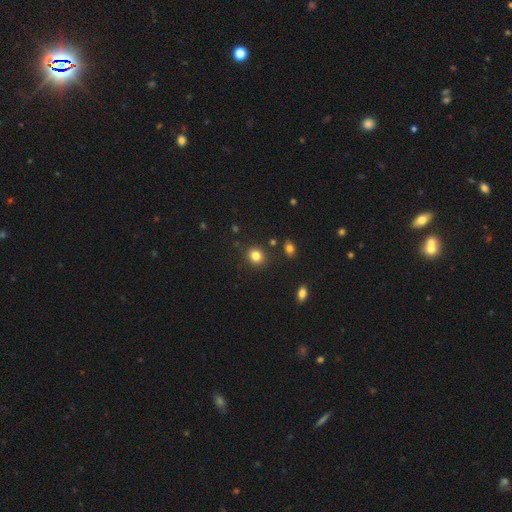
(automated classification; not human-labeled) Smooth or featured: smooth — 82% (star or artifact — 12%)
How rounded: round — 79% (in between — 21%)
Merging: none — 86% (minor disturbance — 8%)